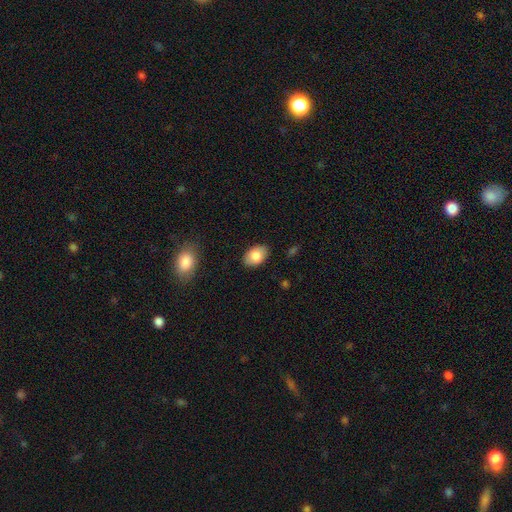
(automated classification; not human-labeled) This is clearly a smooth galaxy (83%). How rounded: clearly in between (88%). Merging: clearly none (86%).